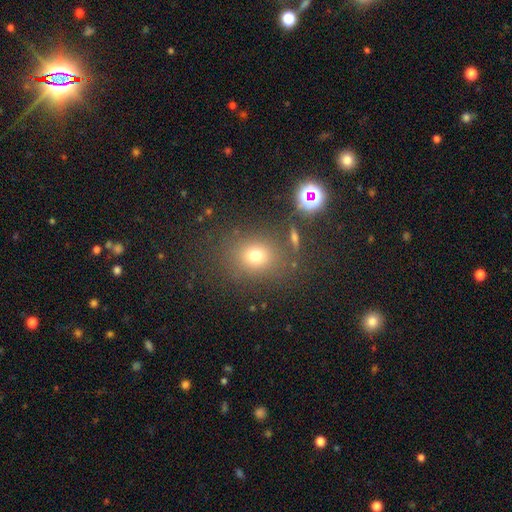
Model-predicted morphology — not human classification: Smooth or featured?
  - smooth: 71% *
  - star or artifact: 19%
  - featured or disk: 10%
How rounded?
  - round: 66% *
  - in between: 32%
  - cigar-shaped: 1%
Merging?
  - none: 80% *
  - minor disturbance: 10%
  - merger: 5%
  - major disturbance: 5%